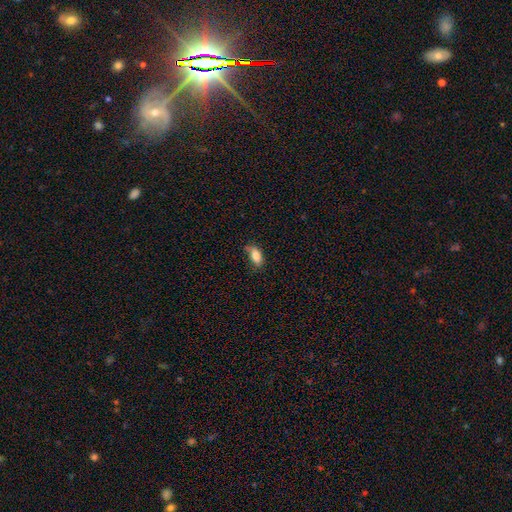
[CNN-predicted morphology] This is clearly a smooth galaxy (83%). How rounded: clearly in between (89%). Merging: possibly none (58%).